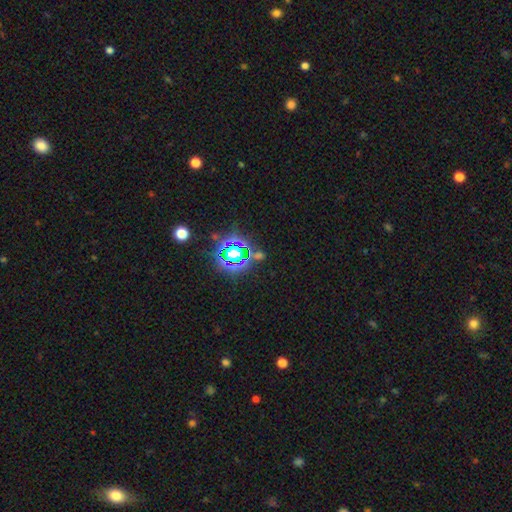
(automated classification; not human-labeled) Smooth or featured? star or artifact (76%)